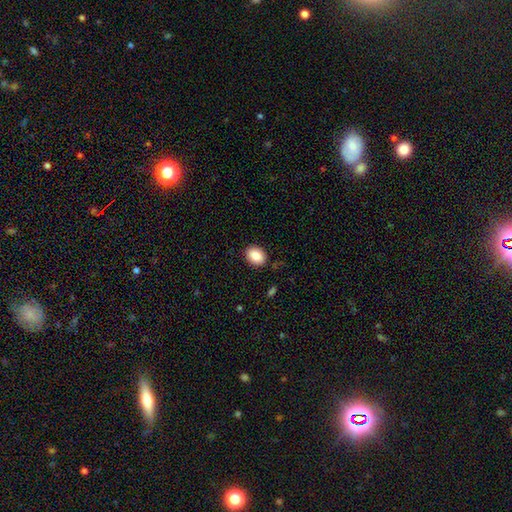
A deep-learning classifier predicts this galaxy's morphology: smooth_or_featured: smooth (p=0.85) [alt: star or artifact p=0.08]
how_rounded: in between (p=0.64) [alt: round p=0.35]
merging: none (p=0.89) [alt: minor disturbance p=0.08]